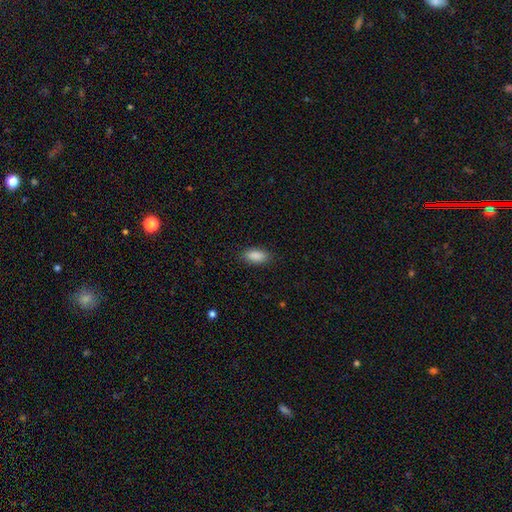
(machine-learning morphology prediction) Overall: smooth (90%). How rounded: in between (89%). Merging: none (88%).